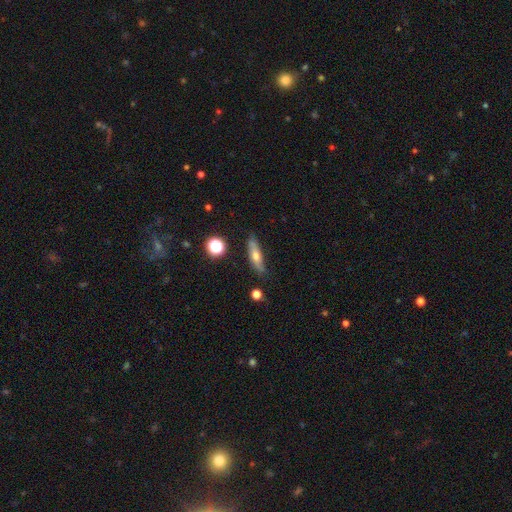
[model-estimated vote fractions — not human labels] Q: Smooth or featured?
A: smooth (54%); runner-up: featured or disk (37%)
Q: How rounded?
A: cigar-shaped (61%); runner-up: in between (35%)
Q: Merging?
A: none (76%); runner-up: minor disturbance (18%)